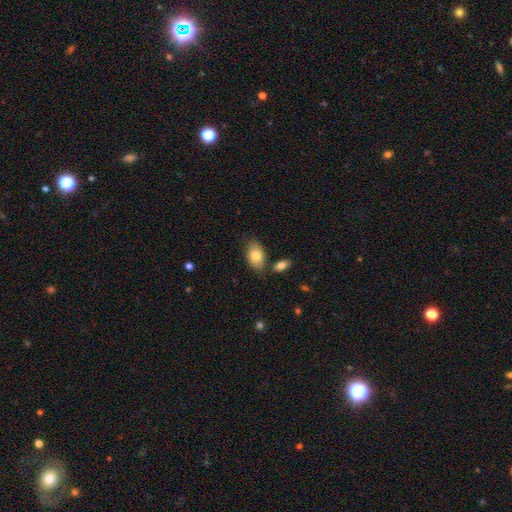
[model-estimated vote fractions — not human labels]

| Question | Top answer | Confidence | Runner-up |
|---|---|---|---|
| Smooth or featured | smooth | 83% | featured or disk (11%) |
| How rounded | in between | 92% | round (6%) |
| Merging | none | 74% | minor disturbance (15%) |